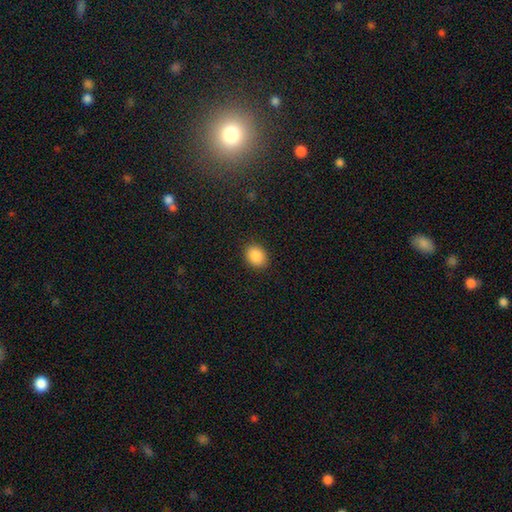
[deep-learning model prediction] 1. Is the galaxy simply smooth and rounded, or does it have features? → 89% smooth, 8% star or artifact, 3% featured or disk.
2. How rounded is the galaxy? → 52% in between, 47% round, 1% cigar-shaped.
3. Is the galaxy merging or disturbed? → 89% none, 8% minor disturbance, 2% major disturbance, 1% merger.